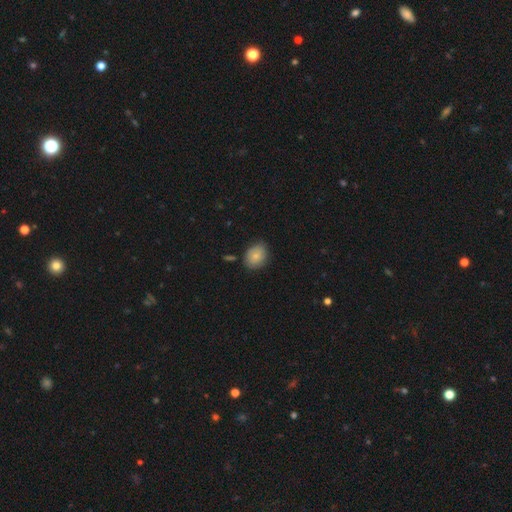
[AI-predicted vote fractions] Smooth or featured: smooth — 80% (featured or disk — 12%)
How rounded: in between — 62% (round — 37%)
Merging: none — 77% (minor disturbance — 17%)